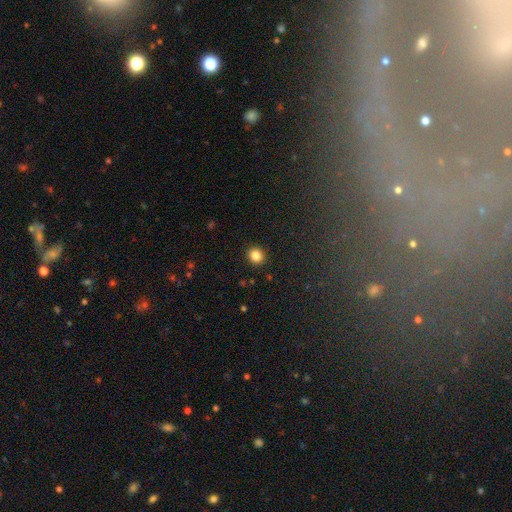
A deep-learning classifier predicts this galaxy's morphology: Smooth or featured? Predicted: smooth (p=0.85). How rounded? Predicted: round (p=0.89). Merging? Predicted: none (p=0.92).